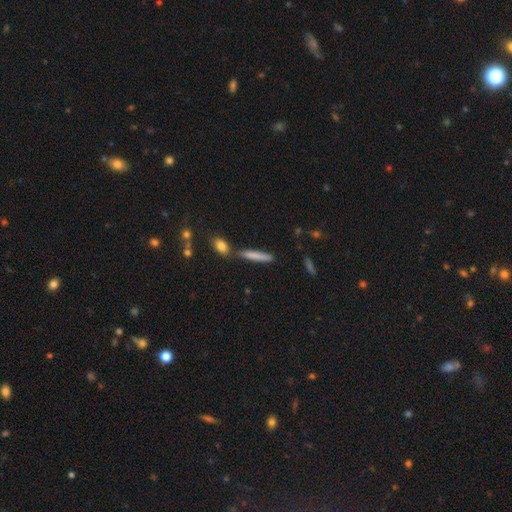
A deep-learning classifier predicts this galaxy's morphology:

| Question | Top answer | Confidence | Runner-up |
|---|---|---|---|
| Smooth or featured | smooth | 78% | featured or disk (15%) |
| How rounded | cigar-shaped | 90% | in between (8%) |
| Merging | none | 74% | merger (13%) |